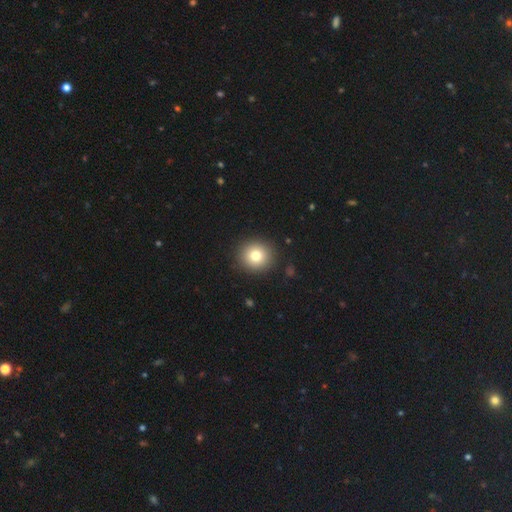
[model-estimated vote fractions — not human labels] This appears to be a smooth galaxy with no disk features (79%) that is round (89%). Merging: none (91%).